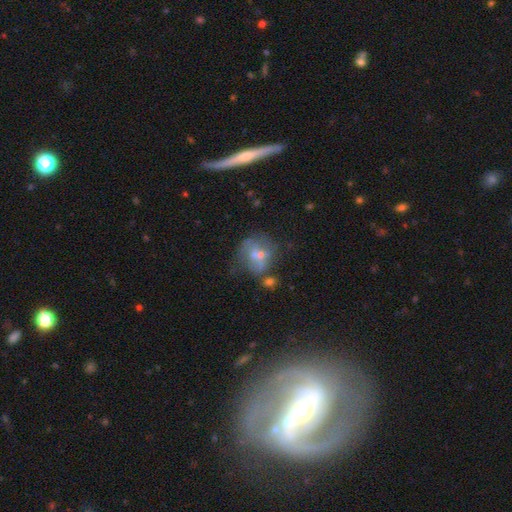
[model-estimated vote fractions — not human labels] A smooth galaxy with no disk features (41%).

Vote fractions:
- Smooth or featured? smooth: 41% / featured or disk: 40% / star or artifact: 19%
- Merging? none: 46% / merger: 20% / minor disturbance: 20% / major disturbance: 14%